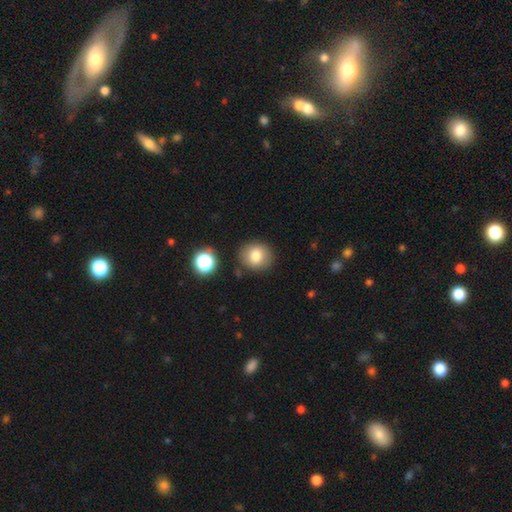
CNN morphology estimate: Smooth or featured? Predicted: smooth (p=0.79). How rounded? Predicted: round (p=0.80). Merging? Predicted: none (p=0.84).